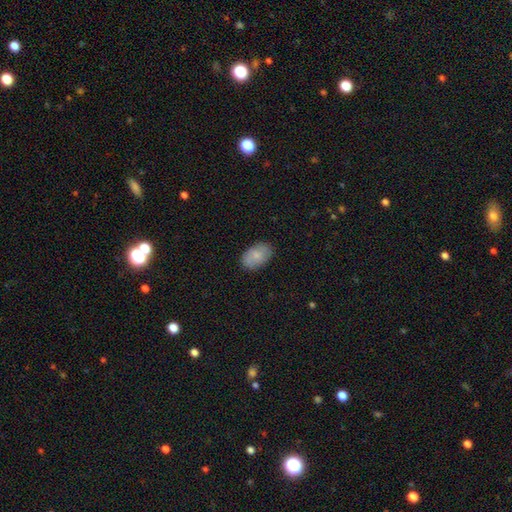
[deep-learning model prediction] smooth_or_featured: smooth (p=0.78) [alt: featured or disk p=0.15]
how_rounded: in between (p=0.90) [alt: round p=0.08]
merging: none (p=0.83) [alt: minor disturbance p=0.13]